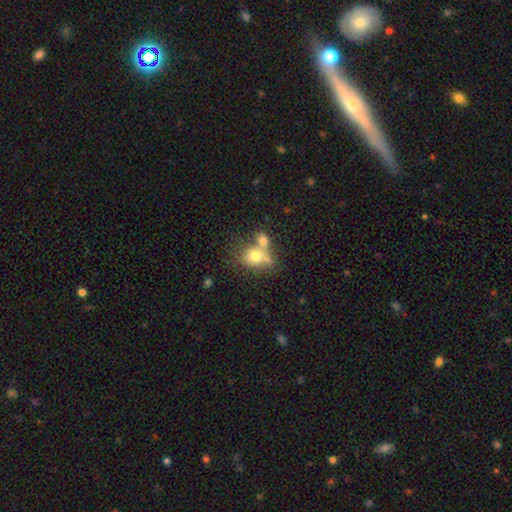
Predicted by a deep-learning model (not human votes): This is likely a smooth galaxy (71%). How rounded: possibly round (55%). Merging: possibly merger (53%).